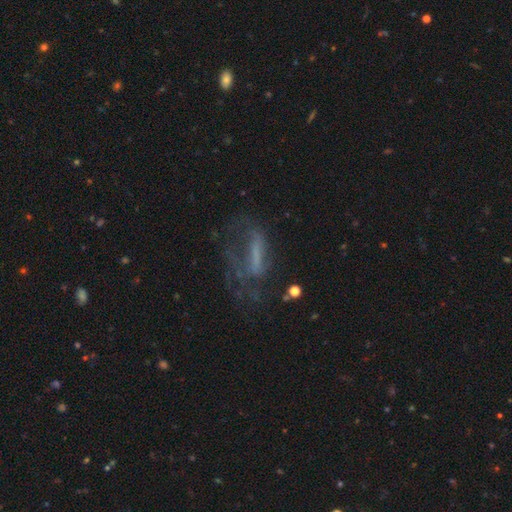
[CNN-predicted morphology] A featured or disk galaxy (54%). Merging: major disturbance (40%).